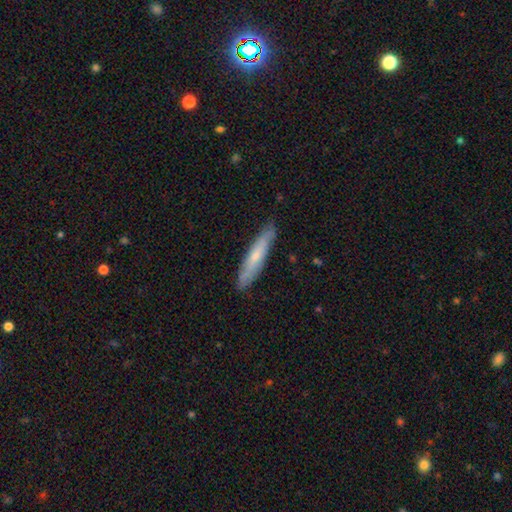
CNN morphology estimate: smooth_or_featured: smooth (p=0.54) [alt: featured or disk p=0.40]
how_rounded: cigar-shaped (p=0.89) [alt: in between p=0.10]
merging: none (p=0.85) [alt: minor disturbance p=0.12]